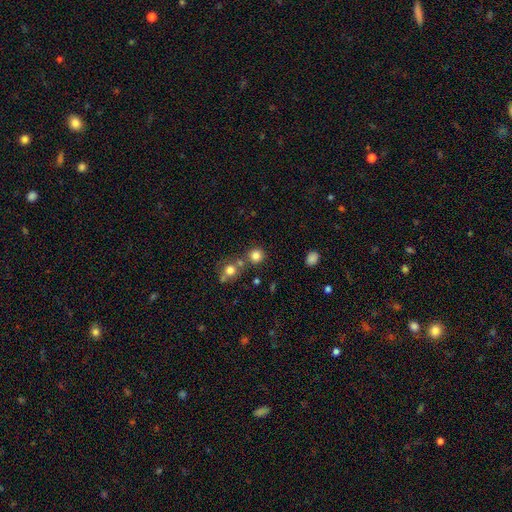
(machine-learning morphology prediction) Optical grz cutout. It shows a smooth galaxy with no disk features (80%) that is round (91%). Merging: none (69%).